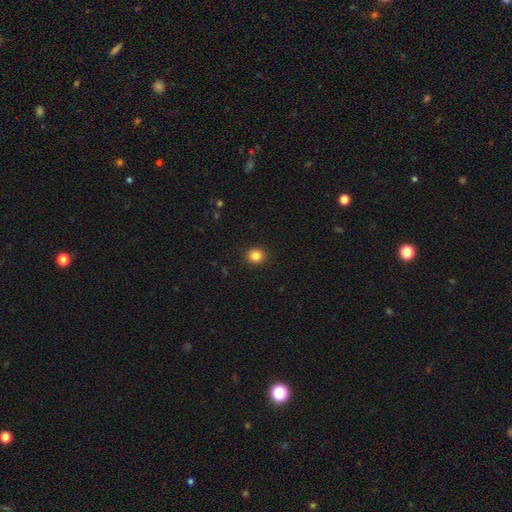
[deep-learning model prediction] A smooth galaxy with no disk features (85%) that is round (82%). Merging: none (91%).